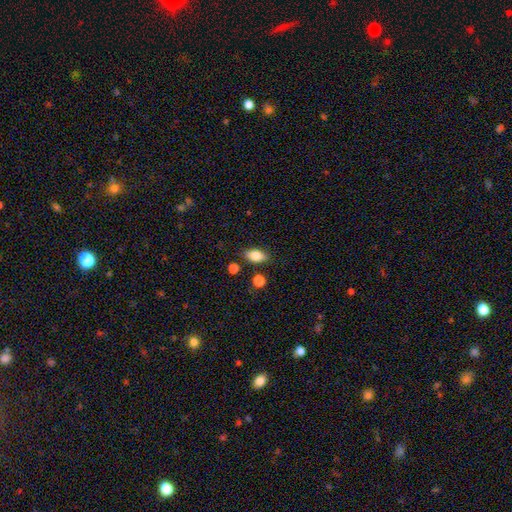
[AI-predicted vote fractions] Smooth or featured: smooth — 82% (featured or disk — 10%)
How rounded: in between — 87% (round — 8%)
Merging: none — 81% (minor disturbance — 12%)